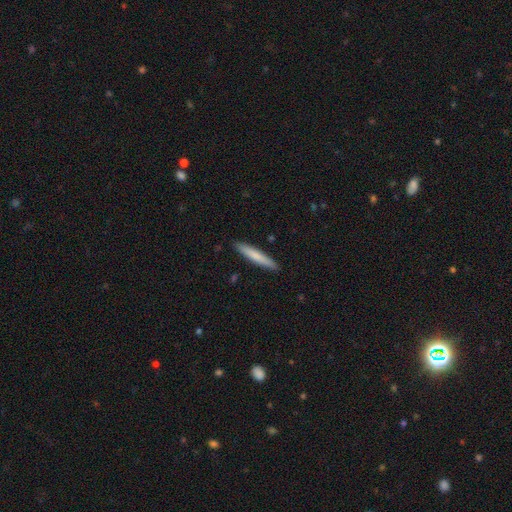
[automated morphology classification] Smooth or featured: smooth — 73% (featured or disk — 22%)
How rounded: cigar-shaped — 95% (in between — 4%)
Merging: none — 91% (minor disturbance — 6%)